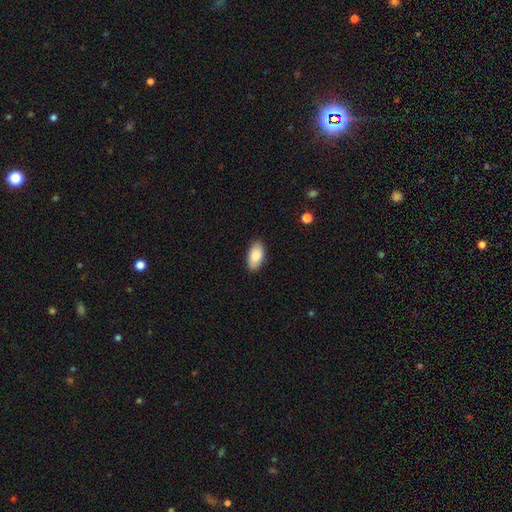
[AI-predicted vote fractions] A smooth galaxy with no disk features (84%) that is in between round and cigar-shaped (94%).

Vote fractions:
- Smooth or featured? smooth: 84% / featured or disk: 10% / star or artifact: 6%
- How rounded? in between: 94% / round: 3% / cigar-shaped: 3%
- Merging? none: 84% / minor disturbance: 13% / major disturbance: 2% / merger: 1%